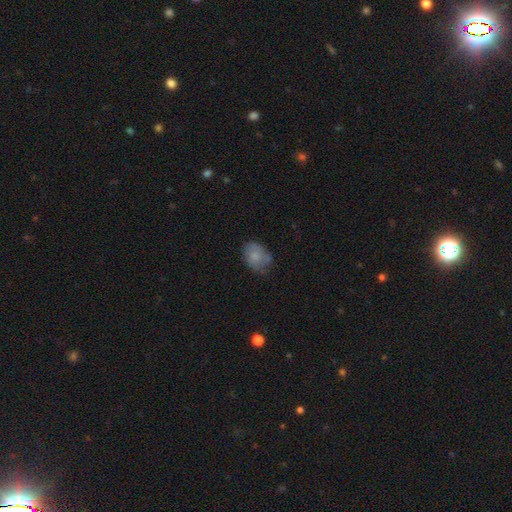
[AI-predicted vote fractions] smooth_or_featured: smooth (p=0.75) [alt: featured or disk p=0.16]
how_rounded: in between (p=0.66) [alt: round p=0.33]
merging: none (p=0.57) [alt: minor disturbance p=0.31]